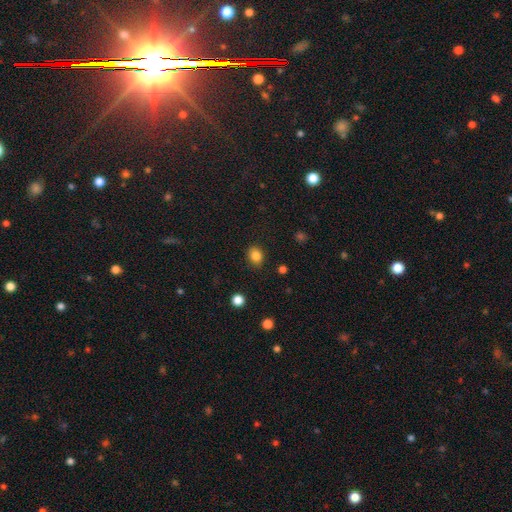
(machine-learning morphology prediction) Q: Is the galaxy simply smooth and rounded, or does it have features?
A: smooth — 84%.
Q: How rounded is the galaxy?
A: round — 54%.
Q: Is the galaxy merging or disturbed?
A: none — 87%.